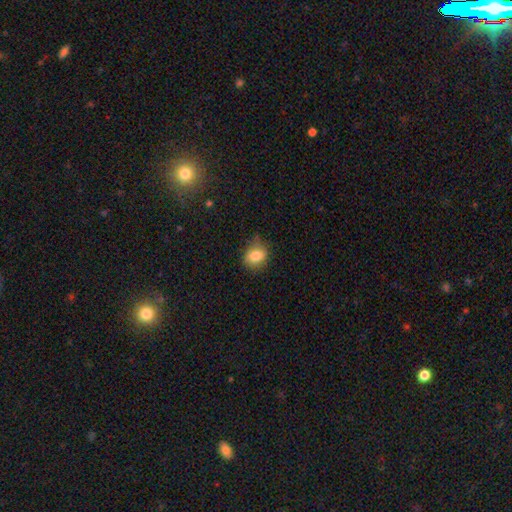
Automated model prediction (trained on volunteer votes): This is clearly a smooth galaxy (81%). How rounded: possibly round (53%). Merging: likely none (75%).